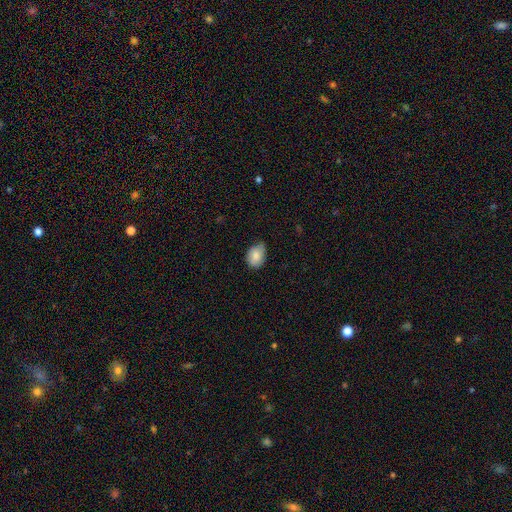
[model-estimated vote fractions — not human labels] Smooth or featured? Predicted: smooth (p=0.84). How rounded? Predicted: in between (p=0.72). Merging? Predicted: none (p=0.61).